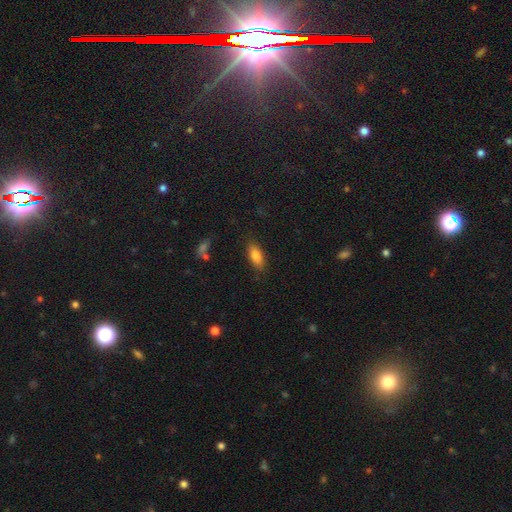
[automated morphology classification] smooth-or-featured: smooth: 81% | featured or disk: 11% | star or artifact: 7%
  how-rounded: in between: 78% | cigar-shaped: 19% | round: 2%
  merging: none: 83% | minor disturbance: 12% | major disturbance: 3% | merger: 2%